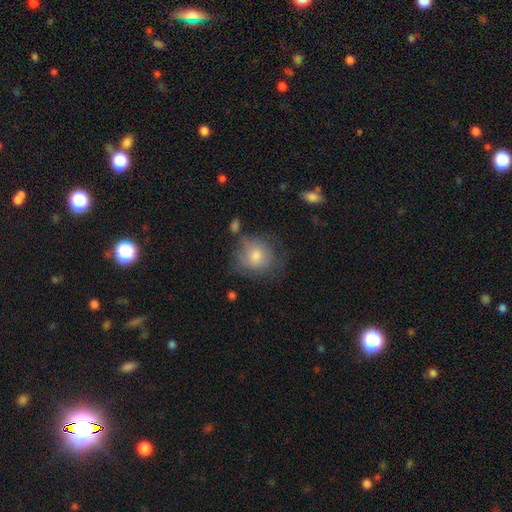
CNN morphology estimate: A smooth galaxy with no disk features (68%) that is round (76%). Merging: none (58%).